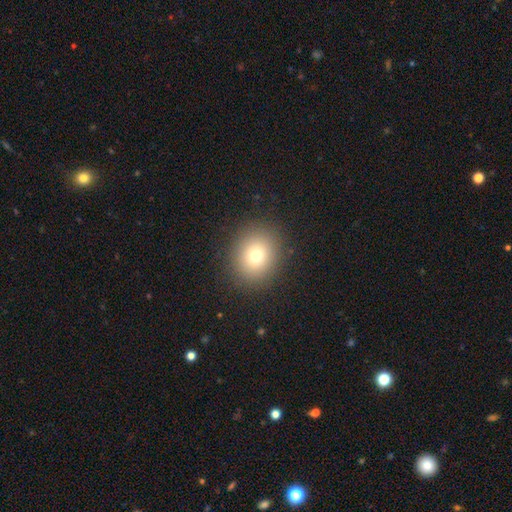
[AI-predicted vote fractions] smooth_or_featured: smooth (p=0.75) [alt: star or artifact p=0.14]
how_rounded: round (p=0.75) [alt: in between p=0.24]
merging: none (p=0.89) [alt: minor disturbance p=0.07]